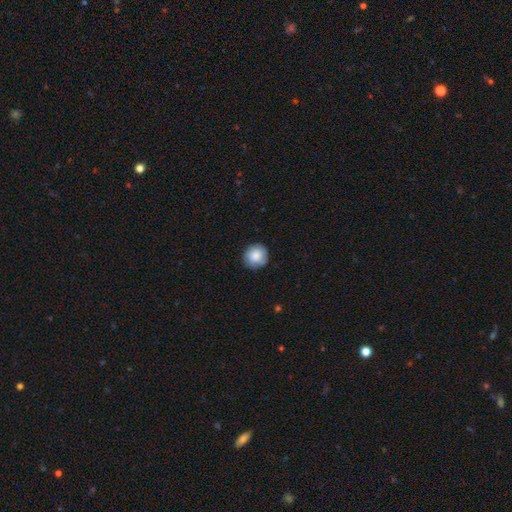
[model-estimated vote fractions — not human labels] Q: Smooth or featured?
A: smooth (83%); runner-up: featured or disk (10%)
Q: How rounded?
A: round (93%); runner-up: in between (6%)
Q: Merging?
A: none (81%); runner-up: minor disturbance (15%)